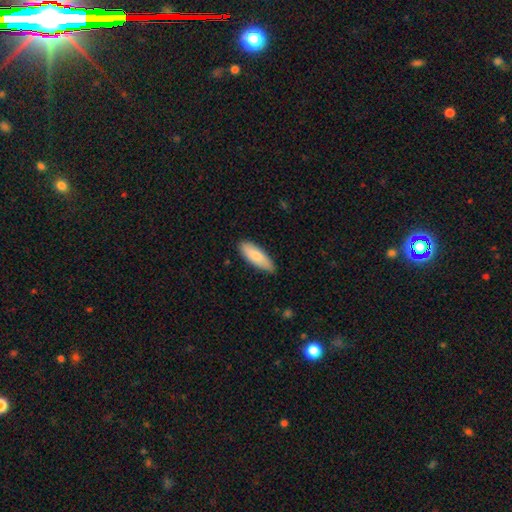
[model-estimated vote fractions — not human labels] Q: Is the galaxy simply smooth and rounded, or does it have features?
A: smooth — 80%.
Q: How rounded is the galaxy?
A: in between — 65%.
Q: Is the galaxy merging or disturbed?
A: none — 82%.